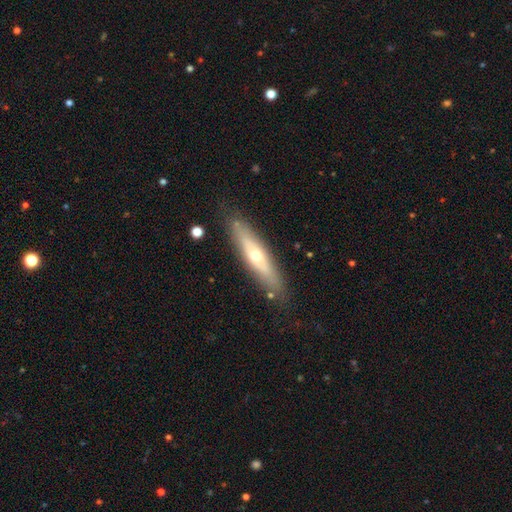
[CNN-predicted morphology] The model was most divided on "smooth or featured": featured or disk: 50%, smooth: 44%, star or artifact: 6%. More confident: merging — none (82%); edge-on disk — yes (67%).